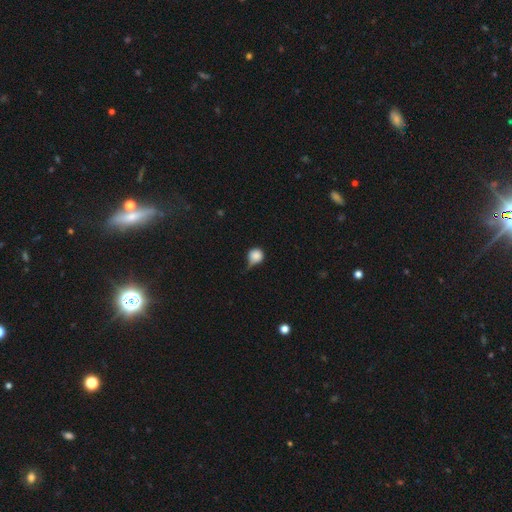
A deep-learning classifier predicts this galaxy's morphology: Smooth or featured? smooth (82%)
How rounded? round (90%)
Merging? minor disturbance (44%)